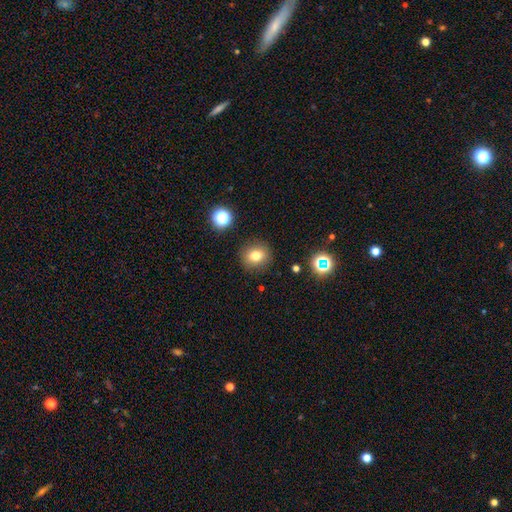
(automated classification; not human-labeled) smooth_or_featured: smooth (p=0.78) [alt: star or artifact p=0.13]
how_rounded: round (p=0.78) [alt: in between p=0.21]
merging: none (p=0.87) [alt: minor disturbance p=0.08]